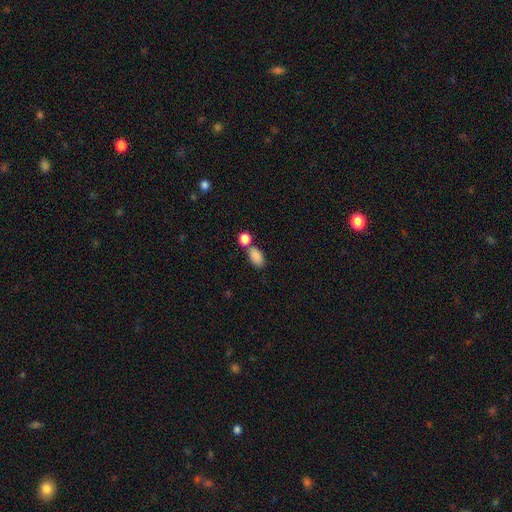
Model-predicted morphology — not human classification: This appears to be a smooth galaxy with no disk features (86%) that is in between round and cigar-shaped (90%). Merging: none (55%).